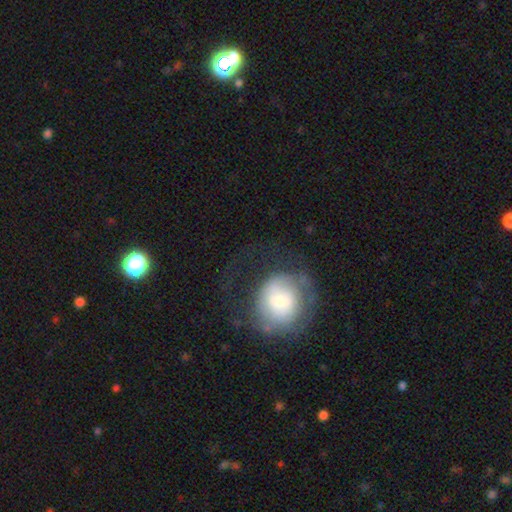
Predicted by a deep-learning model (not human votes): featured or disk 52%, smooth 36%, star or artifact 12%. Down the decision tree: edge-on disk — no (97%); bar — no (67%); spiral arms — yes (73%); bulge size — moderate (44%); merging — none (59%).